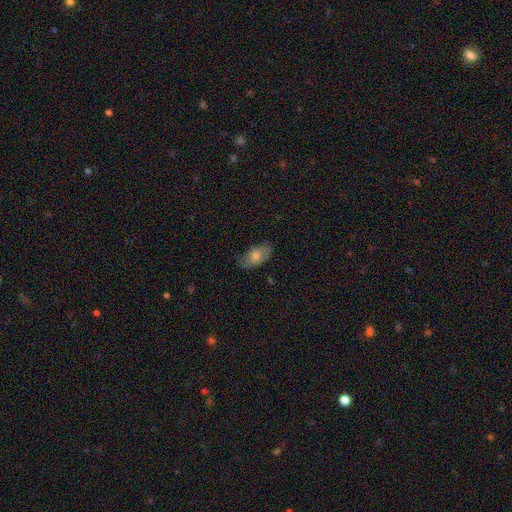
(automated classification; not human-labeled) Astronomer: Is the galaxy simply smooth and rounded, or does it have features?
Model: smooth — 57% (runner-up: featured or disk, 33%).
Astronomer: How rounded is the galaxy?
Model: in between — 89%.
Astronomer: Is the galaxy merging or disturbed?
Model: none — 76%.